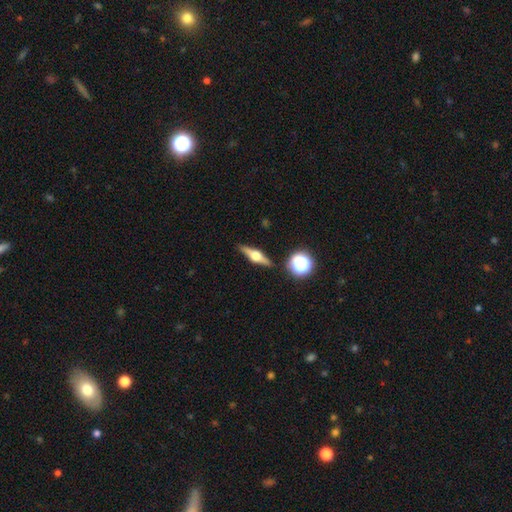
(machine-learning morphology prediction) This is likely a featured or disk galaxy (74%). It is clearly viewed edge-on (97%). Edge-on bulge: clearly rounded (94%). Merging: clearly none (89%).